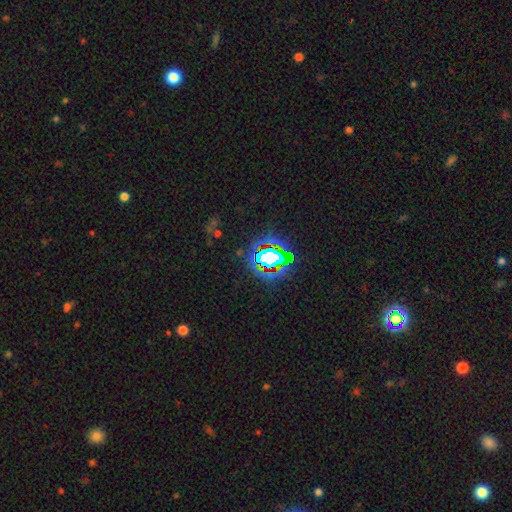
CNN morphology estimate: type=star or artifact (80%).